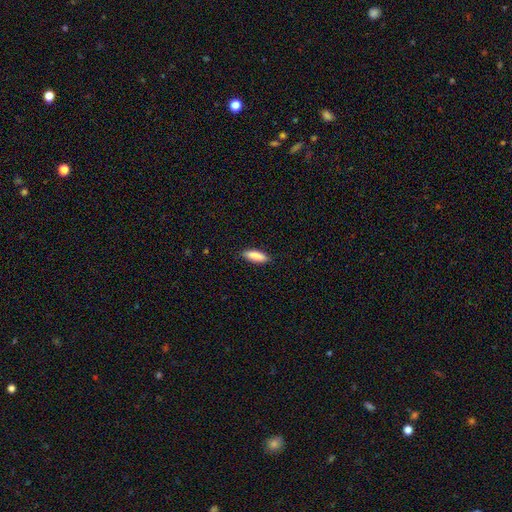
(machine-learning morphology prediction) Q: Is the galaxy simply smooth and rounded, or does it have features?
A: smooth — 87%.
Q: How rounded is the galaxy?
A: in between — 55%.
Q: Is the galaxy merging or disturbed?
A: none — 87%.